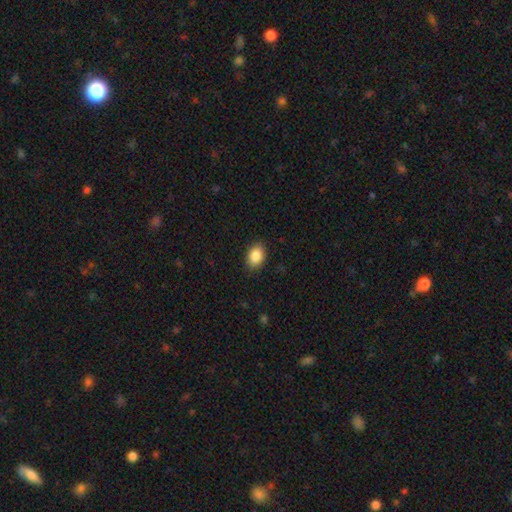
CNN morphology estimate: Smooth or featured? Predicted: smooth (p=0.87). How rounded? Predicted: in between (p=0.75). Merging? Predicted: none (p=0.87).